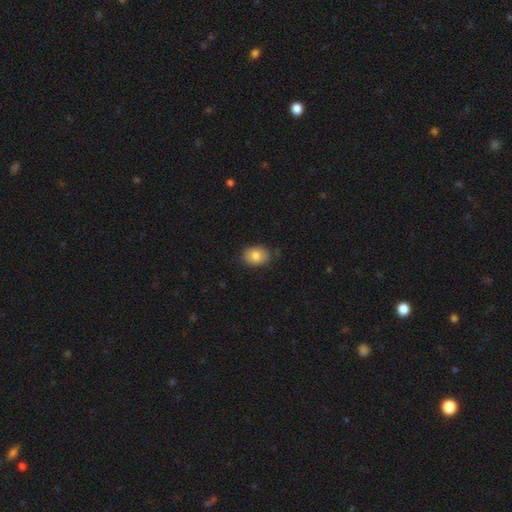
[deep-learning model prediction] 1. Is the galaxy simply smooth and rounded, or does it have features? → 80% smooth, 12% featured or disk, 8% star or artifact.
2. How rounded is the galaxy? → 69% in between, 30% round, 1% cigar-shaped.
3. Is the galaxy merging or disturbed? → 80% none, 16% minor disturbance, 3% major disturbance, 1% merger.